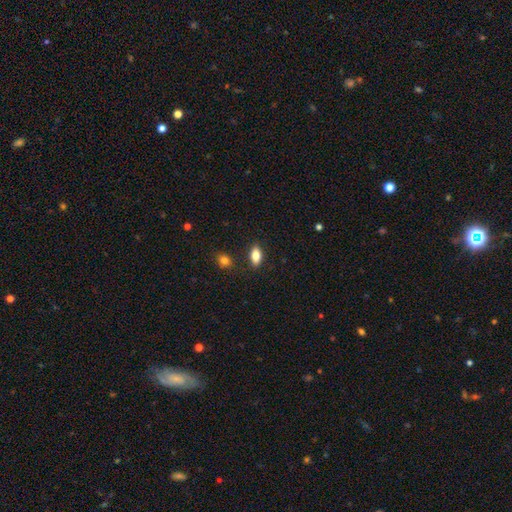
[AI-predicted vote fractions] Morphology: type=smooth (81%); roundness=in between (88%); merging=none (86%).